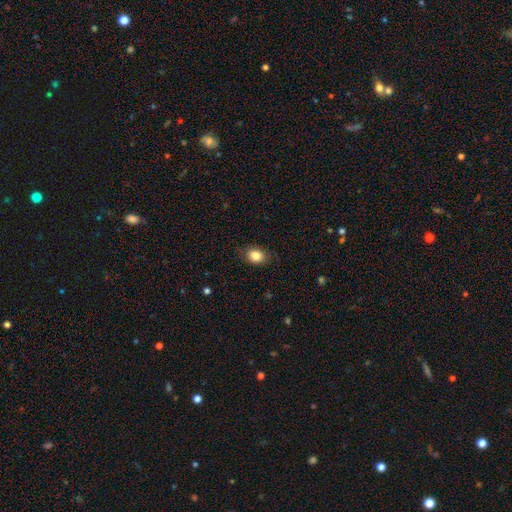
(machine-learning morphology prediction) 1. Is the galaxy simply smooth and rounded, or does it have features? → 84% smooth, 9% star or artifact, 7% featured or disk.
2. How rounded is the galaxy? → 66% in between, 33% round, 1% cigar-shaped.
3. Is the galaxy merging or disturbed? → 81% none, 14% minor disturbance, 4% major disturbance, 1% merger.